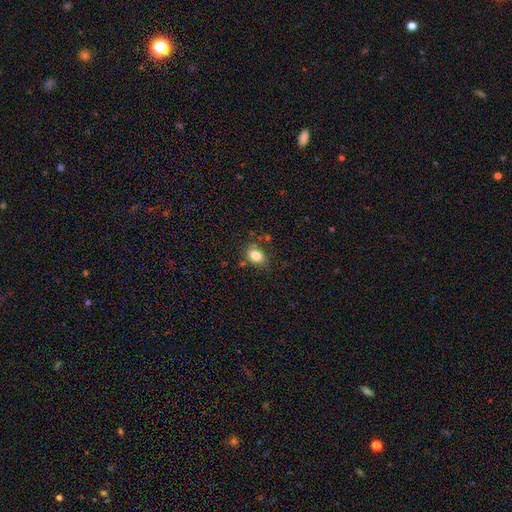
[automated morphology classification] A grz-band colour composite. It shows a smooth galaxy with no disk features (83%) that is in between round and cigar-shaped (79%). Merging: none (74%).